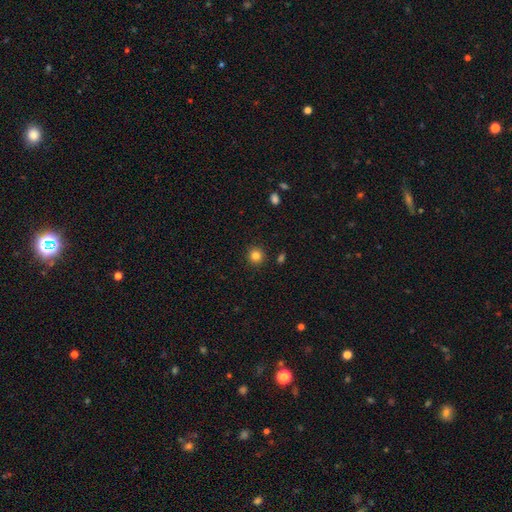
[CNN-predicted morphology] smooth-or-featured: smooth: 83% | star or artifact: 12% | featured or disk: 5%
  how-rounded: round: 93% | in between: 6% | cigar-shaped: 1%
  merging: none: 91% | minor disturbance: 6% | merger: 2% | major disturbance: 2%